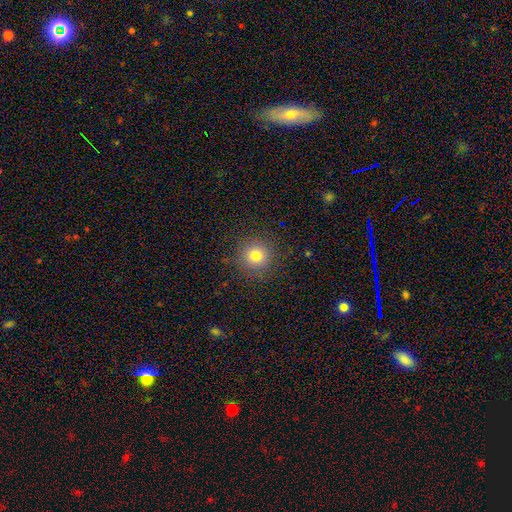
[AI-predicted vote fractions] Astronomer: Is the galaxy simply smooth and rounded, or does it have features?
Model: smooth — 78%.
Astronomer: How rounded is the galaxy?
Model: round — 94%.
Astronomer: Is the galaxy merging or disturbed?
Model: none — 89%.